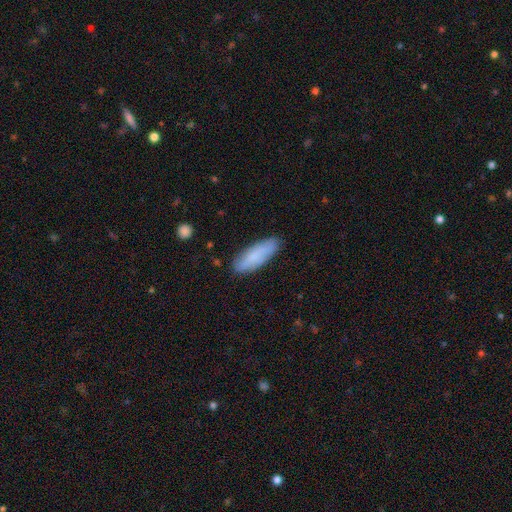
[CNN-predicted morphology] This appears to be a smooth galaxy with no disk features (77%) that is in between round and cigar-shaped (54%). Merging: none (82%).